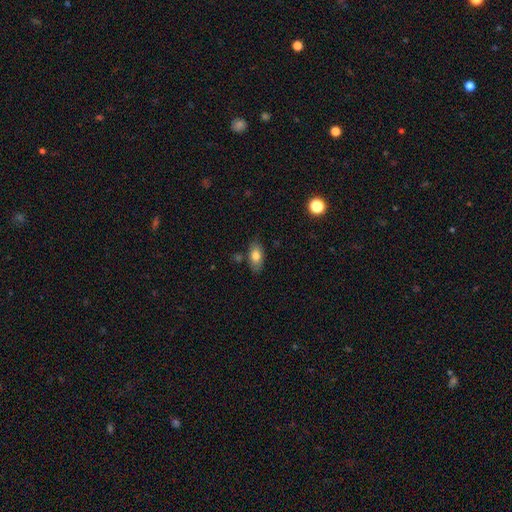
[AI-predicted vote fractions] This appears to be a smooth galaxy with no disk features (78%) that is in between round and cigar-shaped (89%). Merging: none (79%).